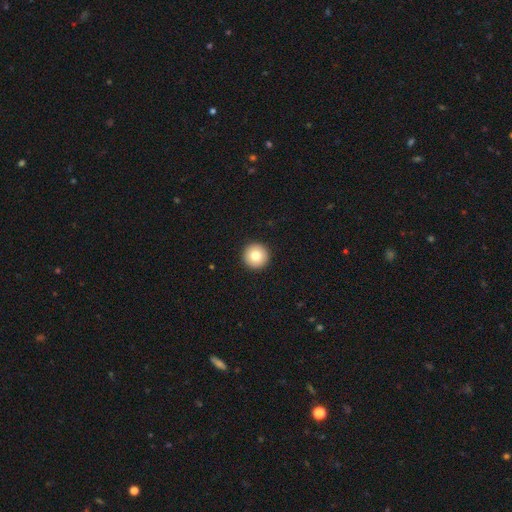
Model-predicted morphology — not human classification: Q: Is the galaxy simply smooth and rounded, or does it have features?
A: smooth — 79%.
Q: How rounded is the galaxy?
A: round — 97%.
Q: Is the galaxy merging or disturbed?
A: none — 94%.